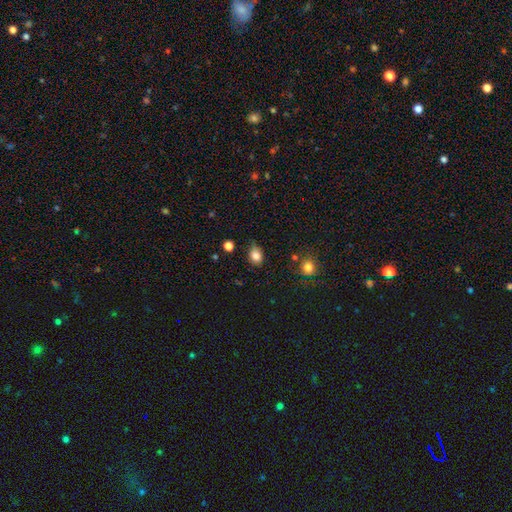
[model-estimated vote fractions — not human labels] Smooth or featured? Predicted: smooth (p=0.83). How rounded? Predicted: in between (p=0.62). Merging? Predicted: none (p=0.62).